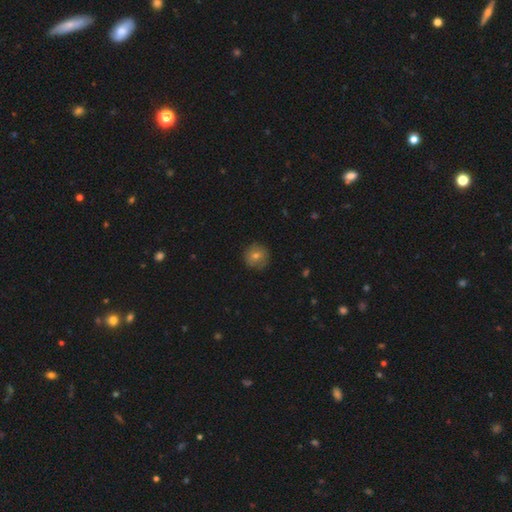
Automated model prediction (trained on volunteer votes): This is likely a smooth galaxy (66%). How rounded: clearly round (93%). Merging: clearly none (86%).